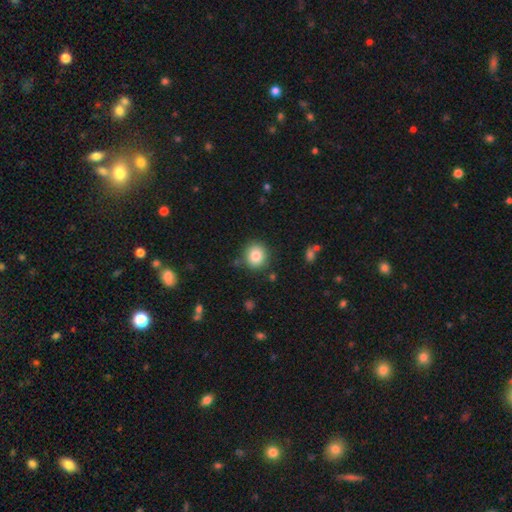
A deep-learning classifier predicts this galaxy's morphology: smooth_or_featured: smooth (p=0.83) [alt: star or artifact p=0.10]
how_rounded: round (p=0.85) [alt: in between p=0.14]
merging: none (p=0.85) [alt: minor disturbance p=0.09]